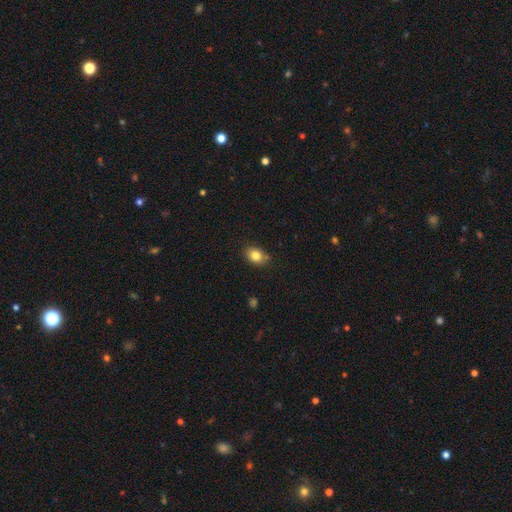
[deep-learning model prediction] Overall: smooth (82%). How rounded: in between (72%). Merging: none (81%).